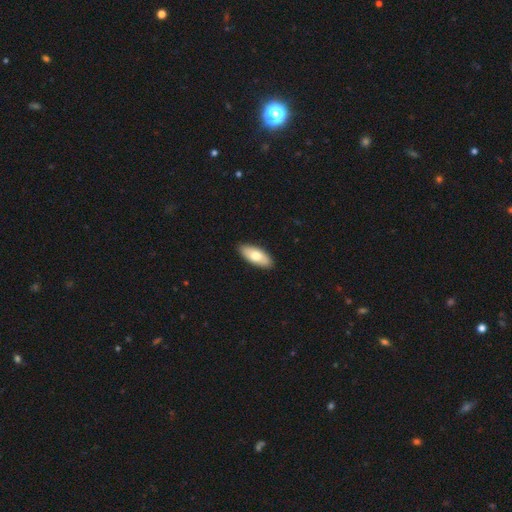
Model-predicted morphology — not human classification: type=smooth (75%); roundness=in between (83%); merging=none (90%).